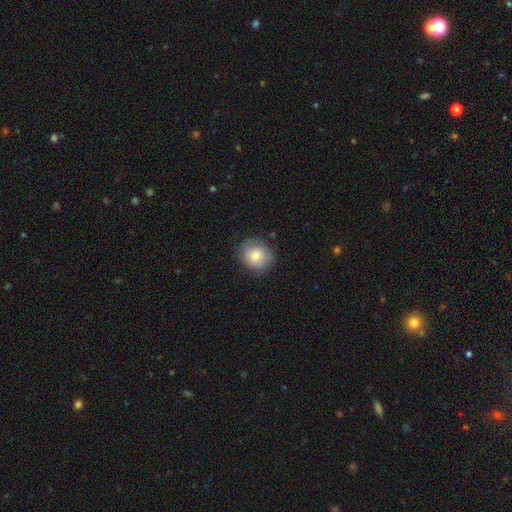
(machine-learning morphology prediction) Smooth or featured: smooth — 79% (featured or disk — 13%)
How rounded: round — 79% (in between — 20%)
Merging: none — 78% (minor disturbance — 16%)